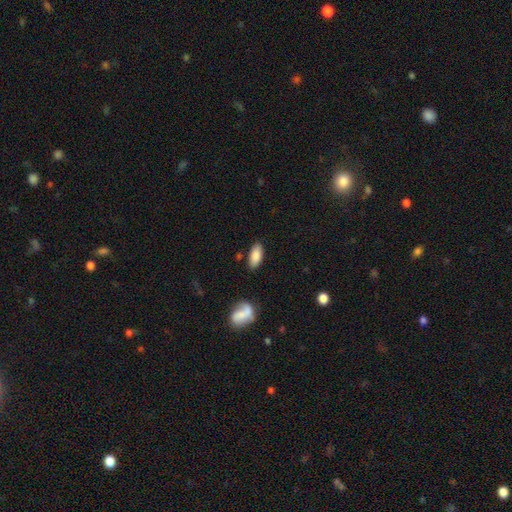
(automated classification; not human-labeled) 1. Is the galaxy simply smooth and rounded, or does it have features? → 84% smooth, 9% featured or disk, 7% star or artifact.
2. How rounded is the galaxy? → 87% in between, 10% cigar-shaped, 2% round.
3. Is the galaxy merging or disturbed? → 83% none, 12% minor disturbance, 3% merger, 3% major disturbance.